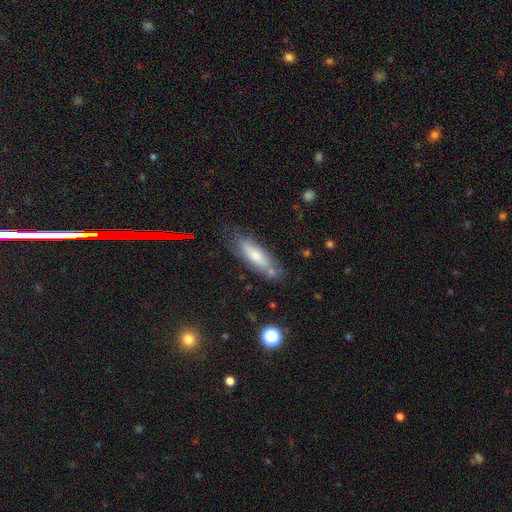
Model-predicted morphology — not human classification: Q: Smooth or featured?
A: smooth (67%); runner-up: featured or disk (25%)
Q: How rounded?
A: cigar-shaped (56%); runner-up: in between (42%)
Q: Merging?
A: none (67%); runner-up: minor disturbance (21%)